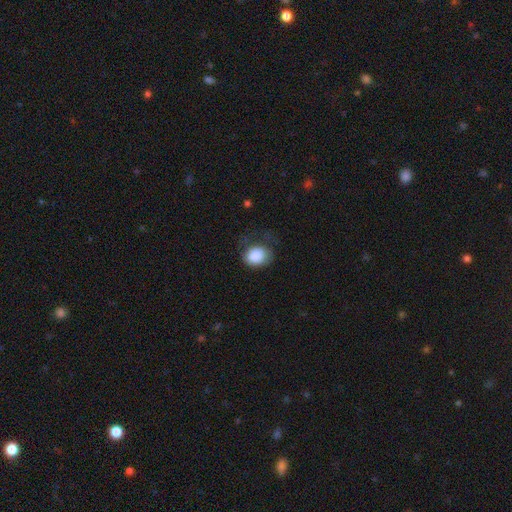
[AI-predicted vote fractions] smooth_or_featured: smooth (p=0.86) [alt: star or artifact p=0.07]
how_rounded: round (p=0.52) [alt: in between p=0.47]
merging: none (p=0.50) [alt: minor disturbance p=0.28]